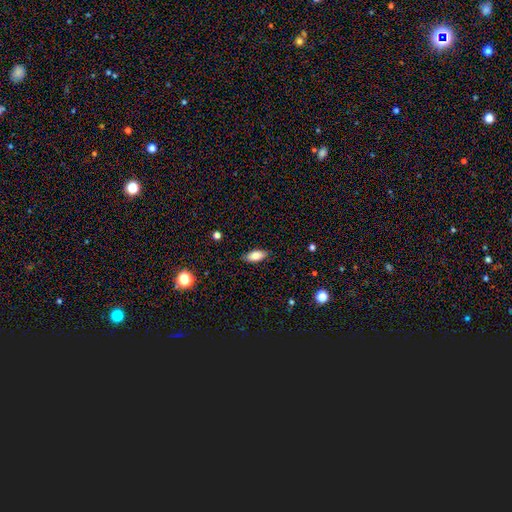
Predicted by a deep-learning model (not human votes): smooth-or-featured: smooth: 82% | featured or disk: 10% | star or artifact: 7%
  how-rounded: in between: 86% | cigar-shaped: 12% | round: 2%
  merging: none: 86% | minor disturbance: 10% | major disturbance: 2% | merger: 1%